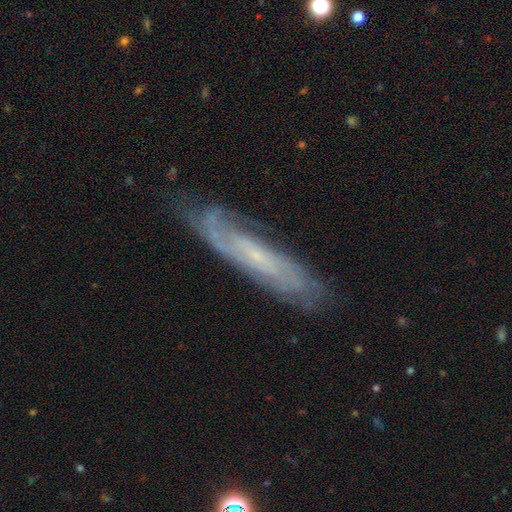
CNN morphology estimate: The model was most divided on "edge-on disk": no: 66%, yes: 34%. More confident: smooth or featured — featured or disk (74%); merging — none (71%).